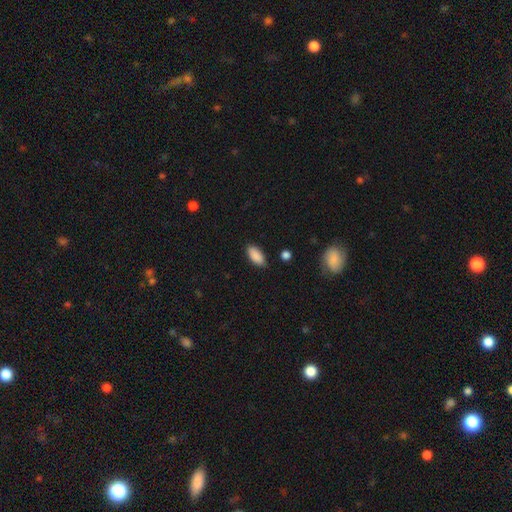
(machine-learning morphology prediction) Q: Smooth or featured?
A: smooth (89%); runner-up: star or artifact (7%)
Q: How rounded?
A: in between (89%); runner-up: cigar-shaped (9%)
Q: Merging?
A: none (83%); runner-up: minor disturbance (13%)